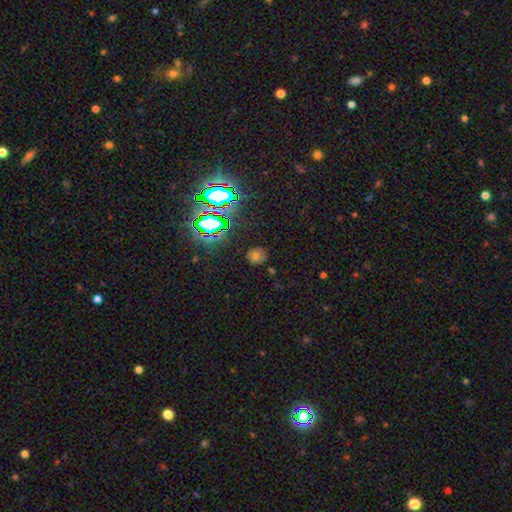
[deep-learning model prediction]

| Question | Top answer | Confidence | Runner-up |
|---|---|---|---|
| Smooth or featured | smooth | 43% | star or artifact (41%) |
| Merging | none | 79% | minor disturbance (13%) |